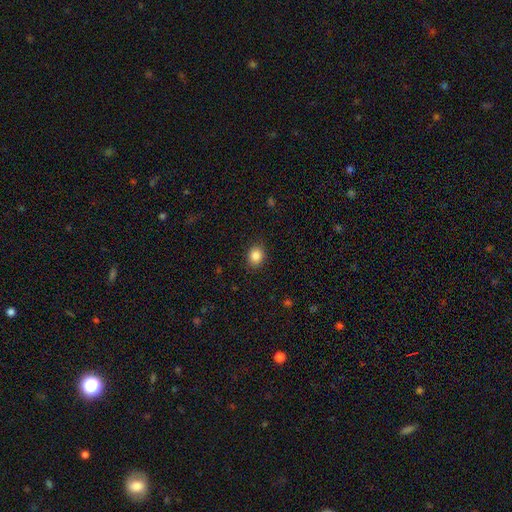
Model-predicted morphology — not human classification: Smooth or featured? smooth (86%)
How rounded? round (57%)
Merging? none (88%)